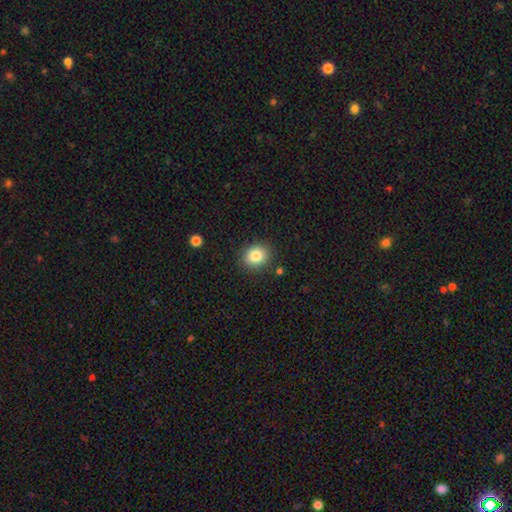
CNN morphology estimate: A smooth galaxy with no disk features (84%) that is round (65%). Merging: none (86%).